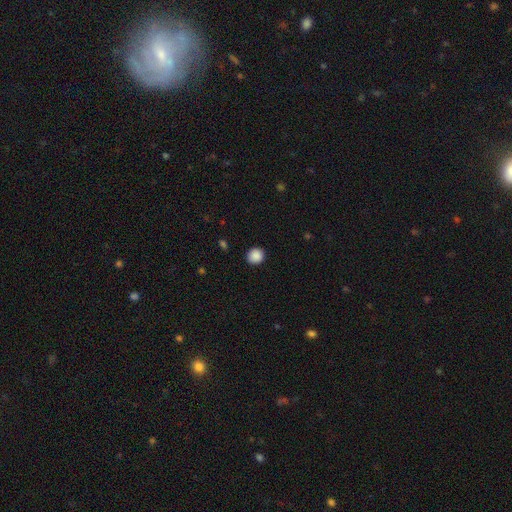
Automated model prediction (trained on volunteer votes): smooth-or-featured: smooth: 88% | star or artifact: 9% | featured or disk: 2%
  how-rounded: round: 91% | in between: 8% | cigar-shaped: 1%
  merging: none: 91% | minor disturbance: 6% | major disturbance: 2% | merger: 1%